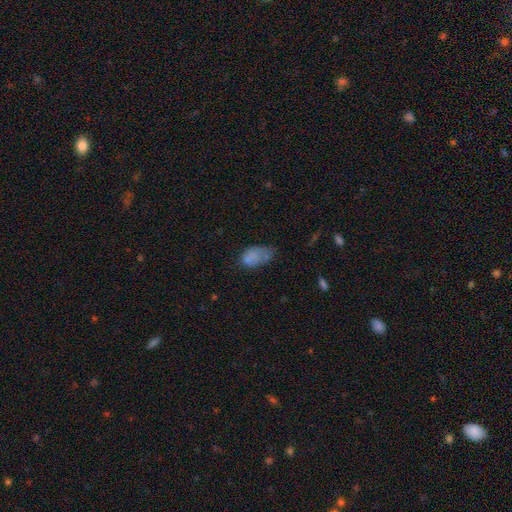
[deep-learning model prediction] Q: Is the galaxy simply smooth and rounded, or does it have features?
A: smooth — 70%.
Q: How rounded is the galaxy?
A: in between — 90%.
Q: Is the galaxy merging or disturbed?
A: none — 34%.